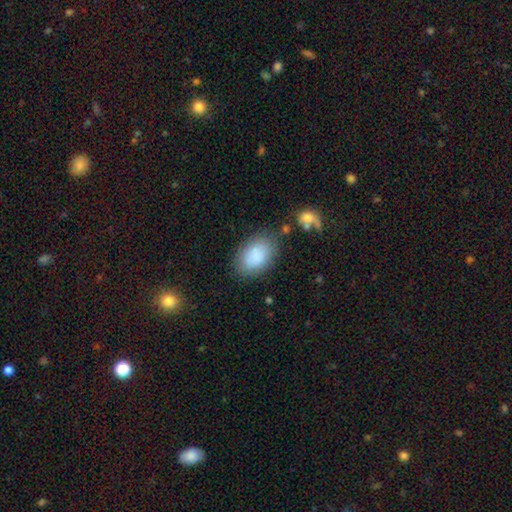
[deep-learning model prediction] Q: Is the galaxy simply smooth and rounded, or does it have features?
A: smooth — 85%.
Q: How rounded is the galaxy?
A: in between — 88%.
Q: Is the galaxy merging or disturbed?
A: none — 74%.